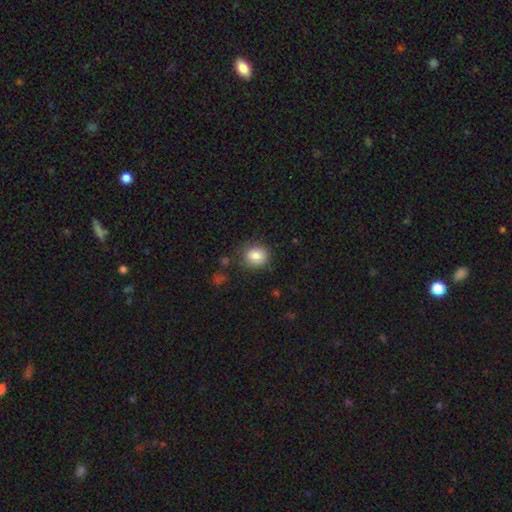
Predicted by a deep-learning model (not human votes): This appears to be a smooth galaxy with no disk features (84%) that is round (79%). Merging: none (82%).